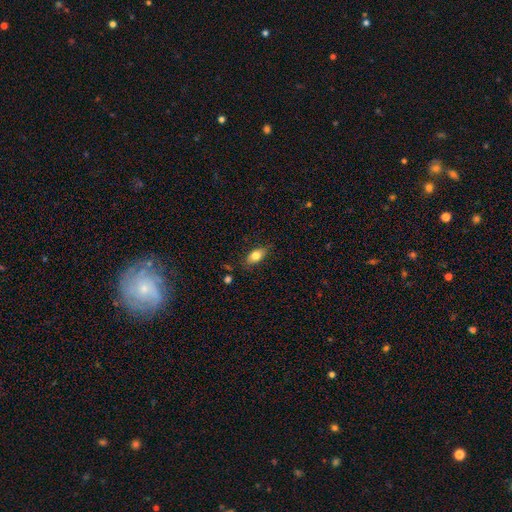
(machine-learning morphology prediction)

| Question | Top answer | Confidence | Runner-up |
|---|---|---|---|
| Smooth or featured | smooth | 80% | featured or disk (13%) |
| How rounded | in between | 88% | round (7%) |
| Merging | none | 82% | minor disturbance (13%) |